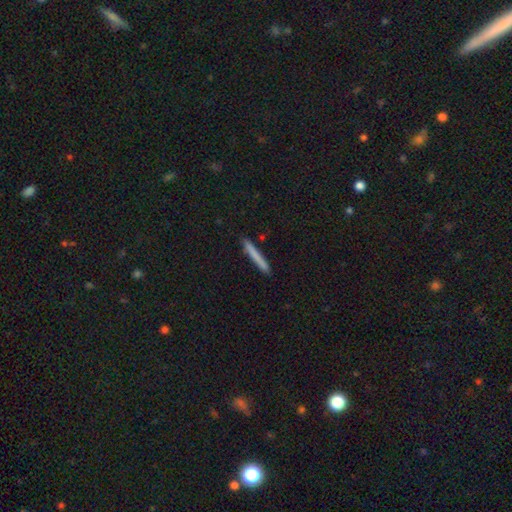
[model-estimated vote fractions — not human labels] Smooth or featured? Predicted: smooth (p=0.76). How rounded? Predicted: cigar-shaped (p=0.96). Merging? Predicted: none (p=0.89).